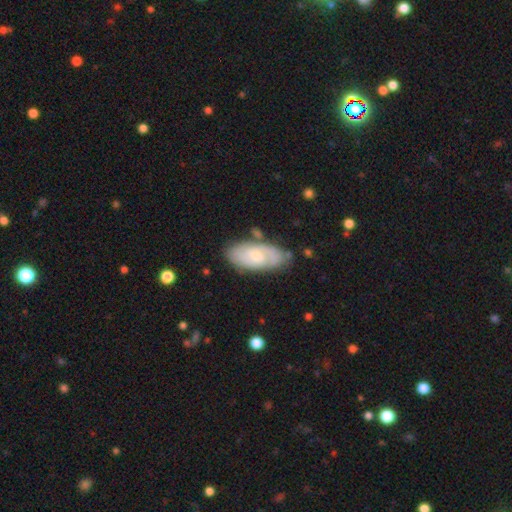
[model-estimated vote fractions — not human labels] Morphology: type=featured or disk (61%); edge-on=no (93%); bar=no (63%); spiral arms=yes (84%); bulge=small (63%); merging=none (76%).